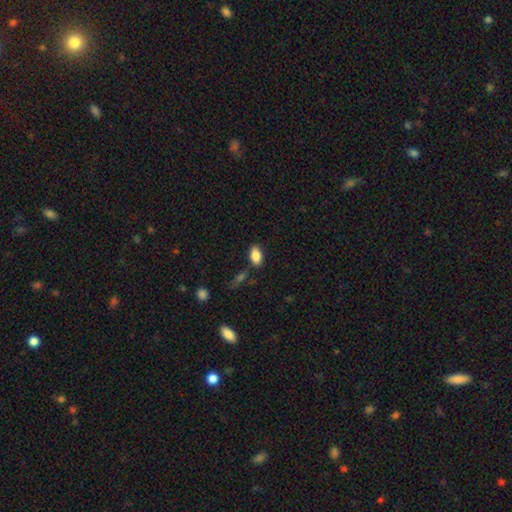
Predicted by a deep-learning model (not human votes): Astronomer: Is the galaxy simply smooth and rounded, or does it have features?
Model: smooth — 86%.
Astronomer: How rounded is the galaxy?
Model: in between — 91%.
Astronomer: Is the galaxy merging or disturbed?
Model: none — 79%.